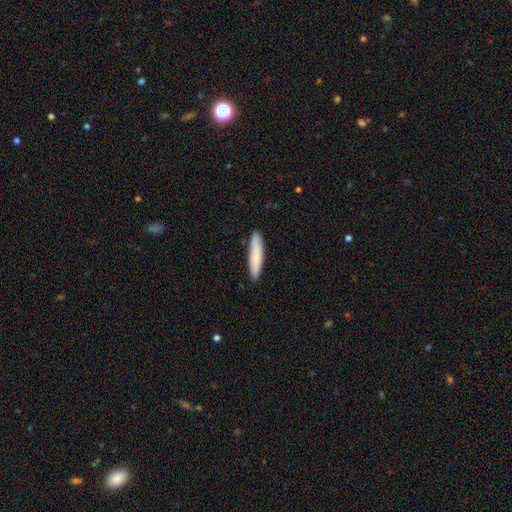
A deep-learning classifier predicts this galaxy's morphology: type=smooth (83%); roundness=cigar-shaped (87%); merging=none (89%).